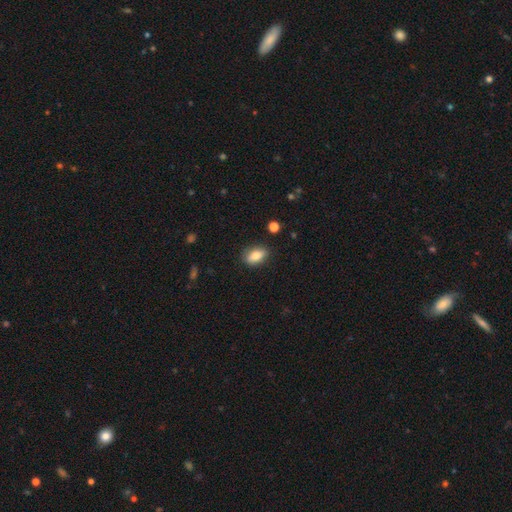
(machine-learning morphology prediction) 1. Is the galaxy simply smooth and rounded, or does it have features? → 81% smooth, 12% featured or disk, 8% star or artifact.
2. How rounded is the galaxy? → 86% in between, 9% round, 5% cigar-shaped.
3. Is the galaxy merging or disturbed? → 83% none, 12% minor disturbance, 3% major disturbance, 1% merger.